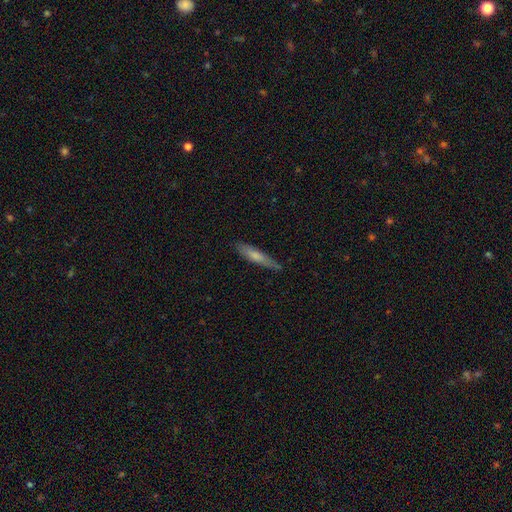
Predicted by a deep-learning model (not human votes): Smooth or featured? Predicted: smooth (p=0.67). How rounded? Predicted: cigar-shaped (p=0.87). Merging? Predicted: none (p=0.77).